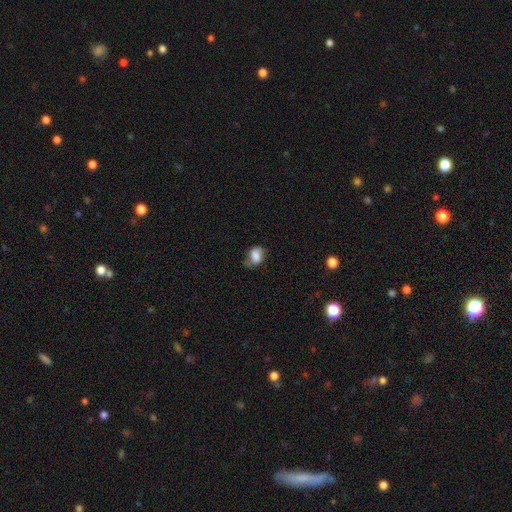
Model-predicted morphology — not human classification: Overall: smooth (76%). How rounded: in between (68%; round 30%). Merging: none (49%; minor disturbance 34%).